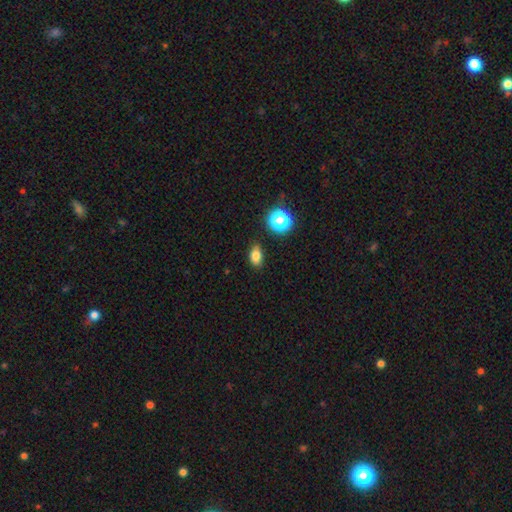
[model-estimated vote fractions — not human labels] smooth 77%, star or artifact 14%, featured or disk 9%. Down the decision tree: how rounded — in between (81%); merging — none (84%).